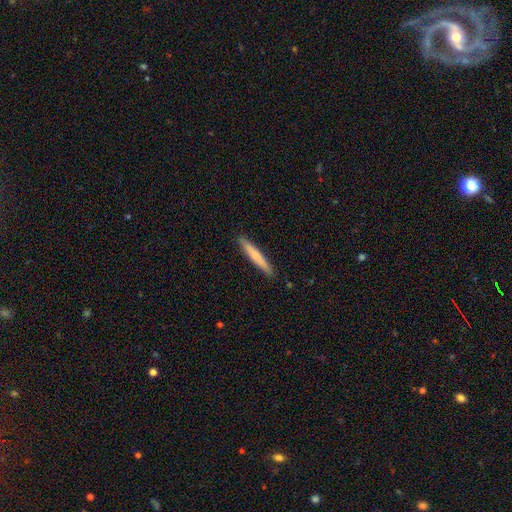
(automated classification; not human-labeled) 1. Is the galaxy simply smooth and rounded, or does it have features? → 69% smooth, 26% featured or disk, 5% star or artifact.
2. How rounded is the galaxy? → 95% cigar-shaped, 4% in between, 1% round.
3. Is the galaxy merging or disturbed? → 90% none, 7% minor disturbance, 1% major disturbance, 1% merger.